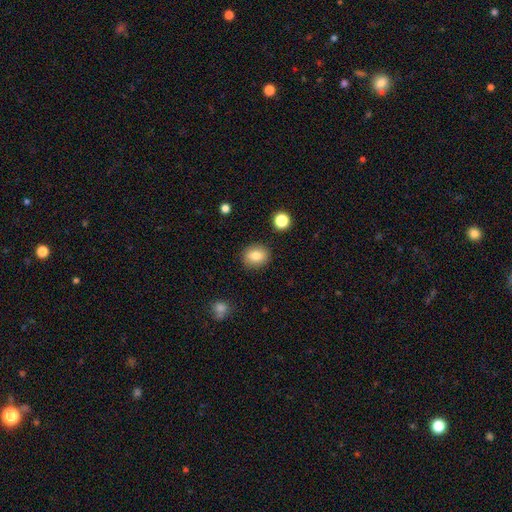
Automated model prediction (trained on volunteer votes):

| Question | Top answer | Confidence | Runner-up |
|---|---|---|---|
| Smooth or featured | smooth | 82% | star or artifact (9%) |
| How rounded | round | 68% | in between (31%) |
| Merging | none | 88% | minor disturbance (8%) |